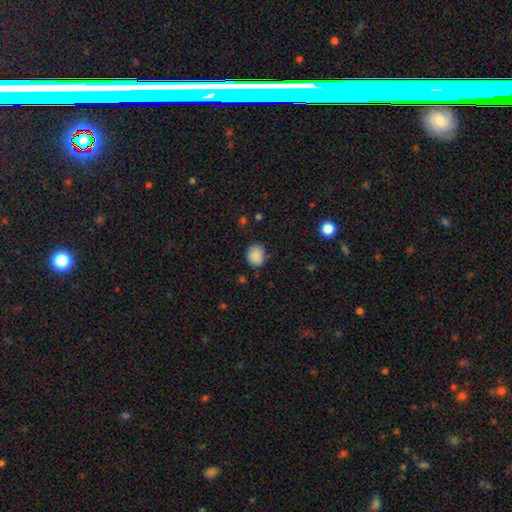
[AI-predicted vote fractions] Smooth or featured? smooth (87%)
How rounded? round (62%)
Merging? none (78%)